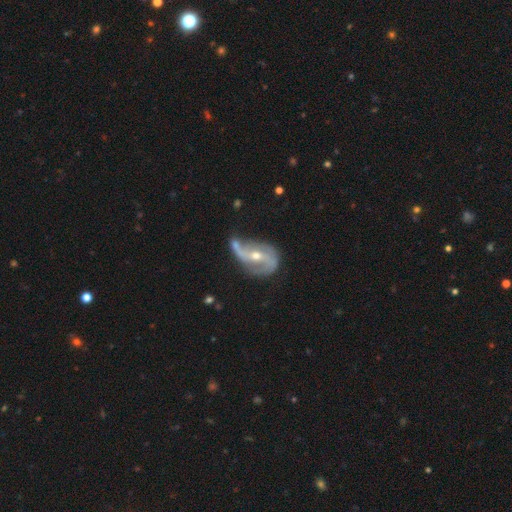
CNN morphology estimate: A featured or disk galaxy (85%) with a weak bar (37%), 2 (81%) loose (57%) spiral arms (91%) and a moderate central bulge (51%).

Vote fractions:
- Smooth or featured? featured or disk: 85% / smooth: 8% / star or artifact: 6%
- Edge-on disk? no: 96% / yes: 4%
- Bar? weak: 37% / strong: 32% / no: 30%
- Spiral arms? yes: 91% / no: 9%
- Spiral winding? loose: 57% / medium: 31% / tight: 12%
- Spiral arm count? 2: 81% / 1: 7% / can't tell: 6% / 3: 3% / 4: 1% / more than 4: 1%
- Bulge size? moderate: 51% / small: 46% / large: 1% / none: 1% / dominant: 1%
- Merging? none: 39% / minor disturbance: 26% / major disturbance: 21% / merger: 13%